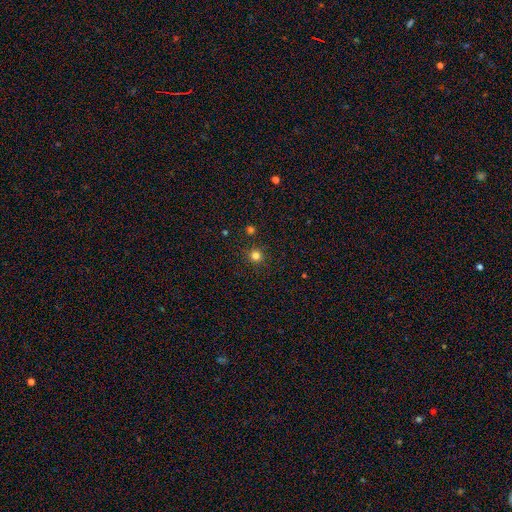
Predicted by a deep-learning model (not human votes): This appears to be a smooth galaxy with no disk features (80%) that is round (95%). Merging: none (90%).